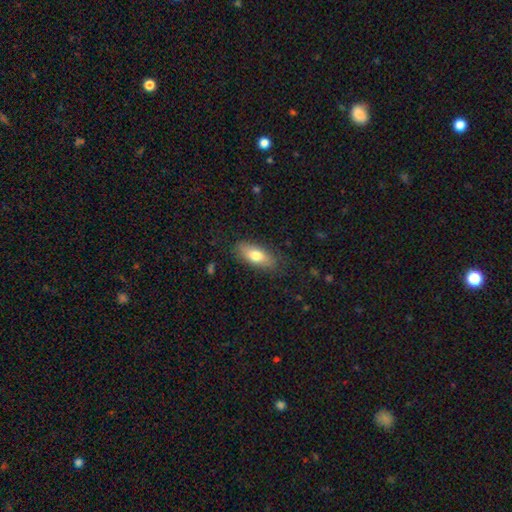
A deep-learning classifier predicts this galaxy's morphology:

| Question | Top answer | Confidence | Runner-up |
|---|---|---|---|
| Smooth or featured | smooth | 73% | featured or disk (21%) |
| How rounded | in between | 76% | cigar-shaped (21%) |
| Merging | none | 82% | minor disturbance (14%) |